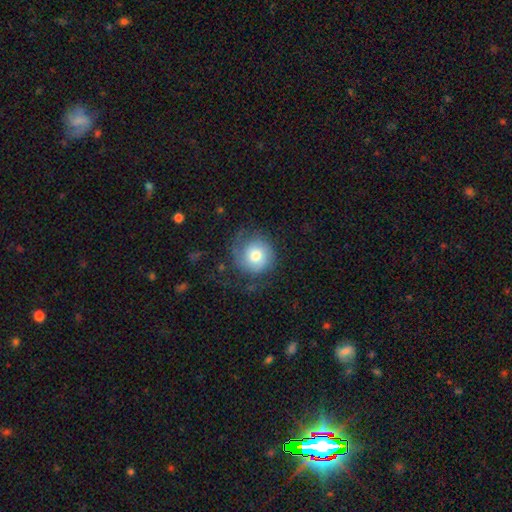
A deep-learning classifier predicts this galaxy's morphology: A smooth galaxy with no disk features (57%) that is round (90%).

Vote fractions:
- Smooth or featured? smooth: 57% / featured or disk: 34% / star or artifact: 9%
- How rounded? round: 90% / in between: 9% / cigar-shaped: 1%
- Merging? none: 59% / minor disturbance: 21% / major disturbance: 18% / merger: 1%